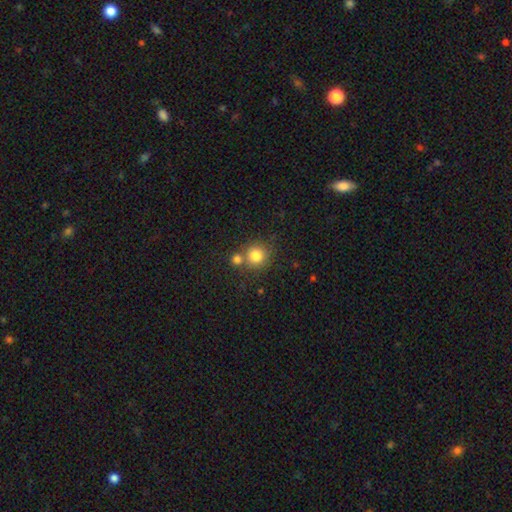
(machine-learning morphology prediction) A smooth galaxy with no disk features (81%) that is round (90%). Merging: none (61%).